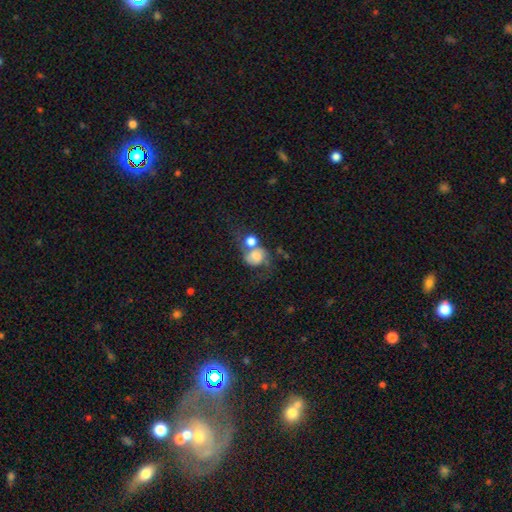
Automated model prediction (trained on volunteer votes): Smooth or featured: smooth — 58% (featured or disk — 32%)
How rounded: round — 68% (in between — 31%)
Merging: merger — 48% (none — 24%)